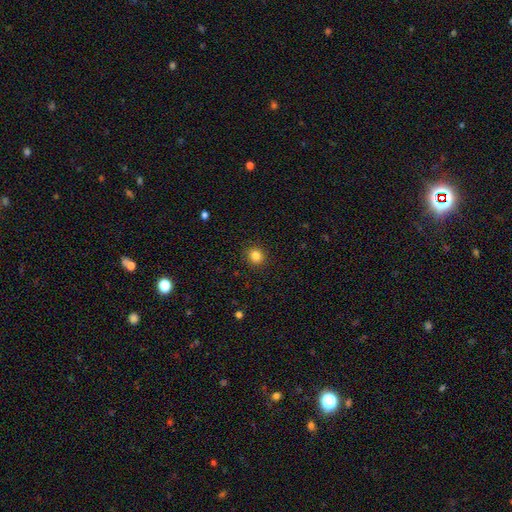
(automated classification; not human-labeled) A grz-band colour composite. It shows a smooth galaxy with no disk features (84%) that is round (90%). Merging: none (91%).